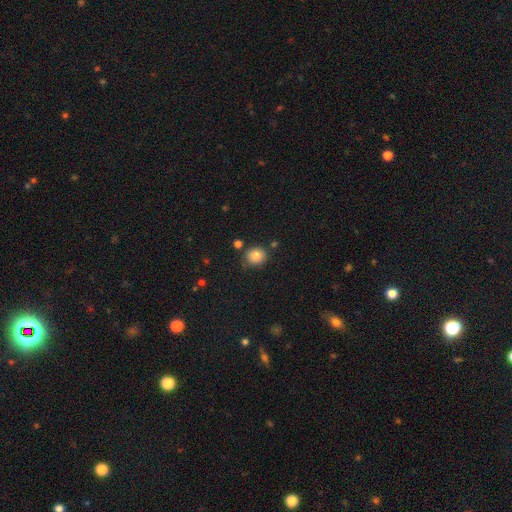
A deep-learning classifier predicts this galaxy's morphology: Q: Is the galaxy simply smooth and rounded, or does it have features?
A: smooth — 85%.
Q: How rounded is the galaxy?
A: round — 75%.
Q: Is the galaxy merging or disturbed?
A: none — 73%.